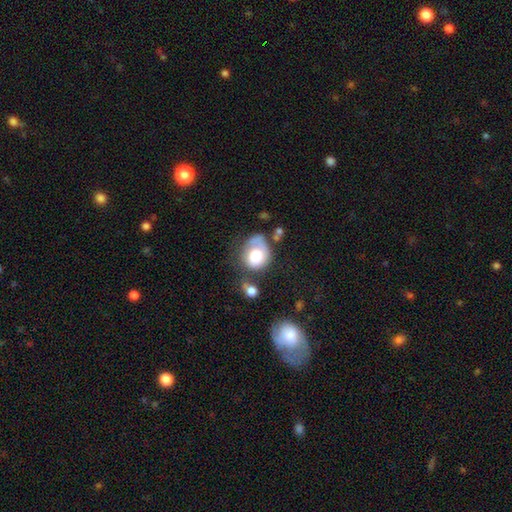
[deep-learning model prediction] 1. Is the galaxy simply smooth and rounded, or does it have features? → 66% smooth, 27% featured or disk, 8% star or artifact.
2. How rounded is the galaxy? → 60% round, 39% in between, 1% cigar-shaped.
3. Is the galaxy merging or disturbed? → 34% none, 26% minor disturbance, 25% major disturbance, 14% merger.